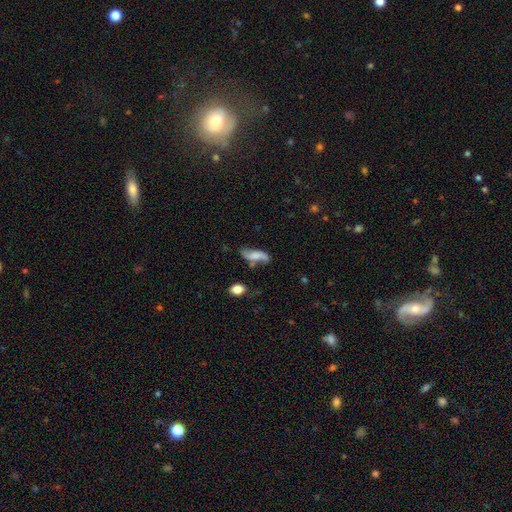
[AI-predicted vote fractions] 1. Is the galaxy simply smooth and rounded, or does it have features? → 47% featured or disk, 44% smooth, 9% star or artifact.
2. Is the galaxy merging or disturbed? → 58% none, 25% minor disturbance, 10% major disturbance, 8% merger.